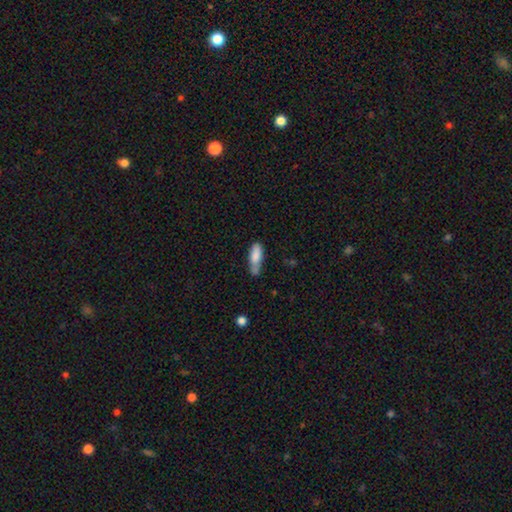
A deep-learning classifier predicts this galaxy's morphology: The model was most divided on "merging": none: 48%, minor disturbance: 32%, merger: 11%, major disturbance: 8%. More confident: smooth or featured — smooth (81%); how rounded — in between (57%).